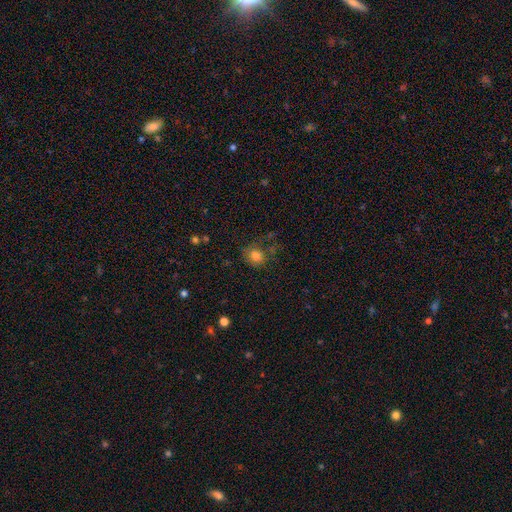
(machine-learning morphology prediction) smooth 78%, star or artifact 11%, featured or disk 10%. Down the decision tree: how rounded — round (71%); merging — none (55%).